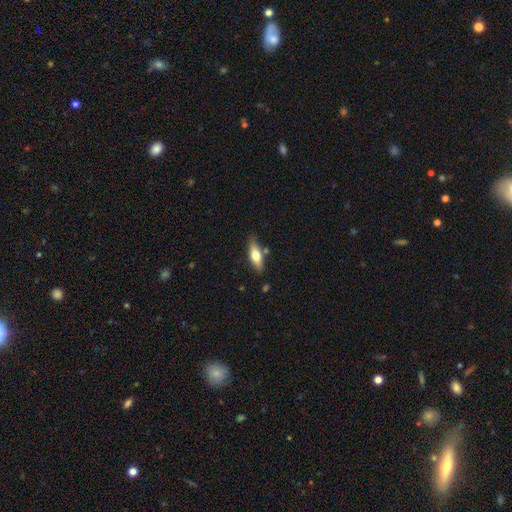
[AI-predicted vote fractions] A smooth galaxy with no disk features (67%) that is in between round and cigar-shaped (64%). Merging: none (75%).